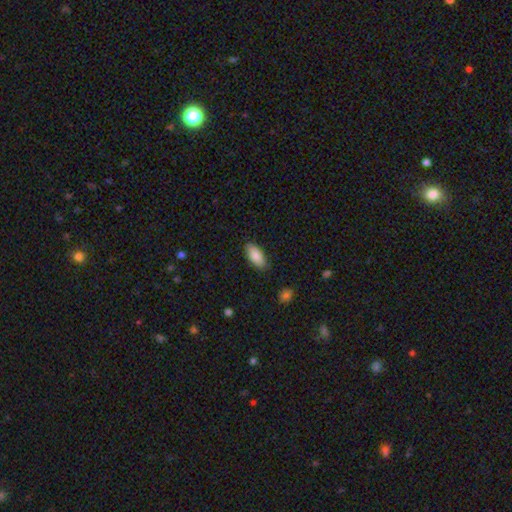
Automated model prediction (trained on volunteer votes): Smooth or featured?
  - smooth: 86% *
  - featured or disk: 8%
  - star or artifact: 6%
How rounded?
  - in between: 91% *
  - cigar-shaped: 7%
  - round: 2%
Merging?
  - none: 85% *
  - minor disturbance: 12%
  - major disturbance: 2%
  - merger: 1%